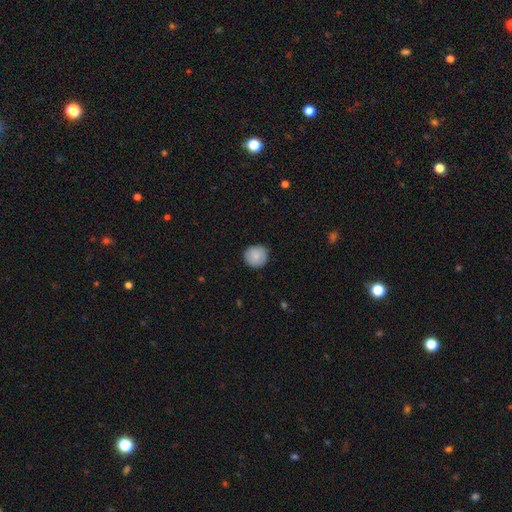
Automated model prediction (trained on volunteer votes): smooth_or_featured: smooth (p=0.84) [alt: featured or disk p=0.09]
how_rounded: round (p=0.92) [alt: in between p=0.07]
merging: none (p=0.88) [alt: minor disturbance p=0.09]